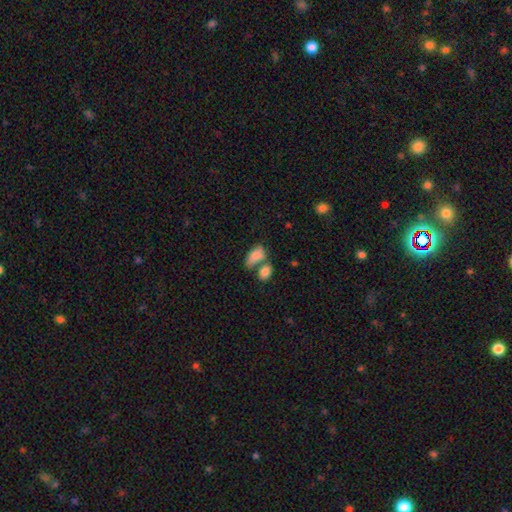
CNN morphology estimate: type=smooth (84%); roundness=in between (91%); merging=merger (48%).